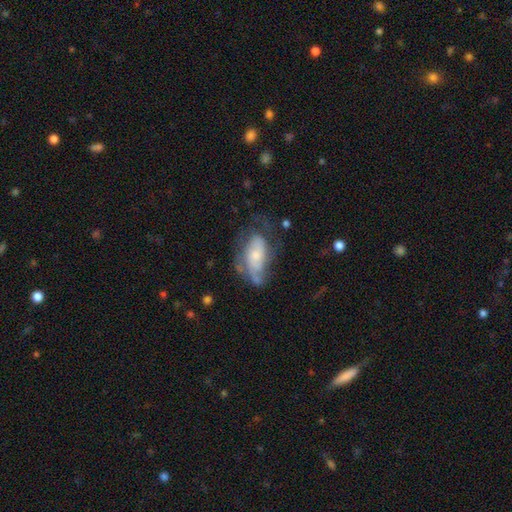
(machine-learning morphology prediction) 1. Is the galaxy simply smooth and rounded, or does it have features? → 55% featured or disk, 37% smooth, 7% star or artifact.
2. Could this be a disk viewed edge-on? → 92% no, 8% yes.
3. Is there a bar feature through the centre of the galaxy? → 73% no, 22% weak, 5% strong.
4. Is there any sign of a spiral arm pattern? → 69% yes, 31% no.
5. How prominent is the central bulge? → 44% small, 39% moderate, 9% large, 6% none, 2% dominant.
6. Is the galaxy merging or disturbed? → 40% none, 29% major disturbance, 28% minor disturbance, 4% merger.